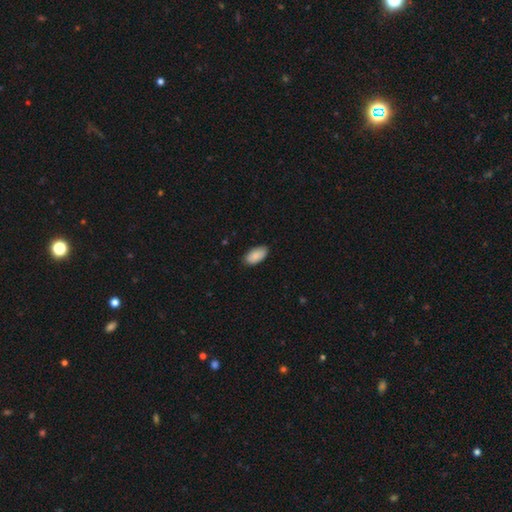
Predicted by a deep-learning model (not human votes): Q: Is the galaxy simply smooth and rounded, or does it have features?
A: smooth — 89%.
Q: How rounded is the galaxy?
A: in between — 95%.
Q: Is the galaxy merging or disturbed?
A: none — 83%.